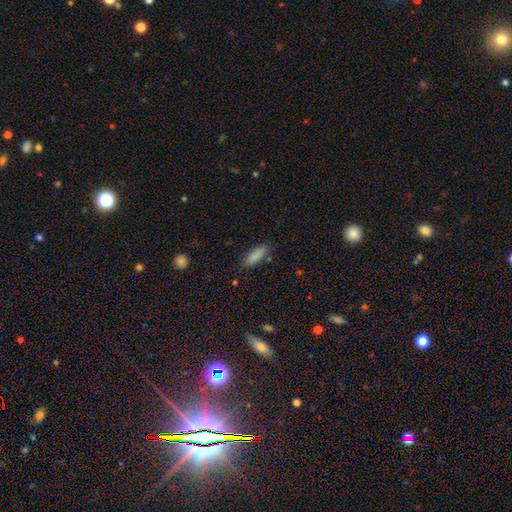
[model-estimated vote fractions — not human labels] A smooth galaxy with no disk features (86%) that is in between round and cigar-shaped (69%). Merging: none (81%).